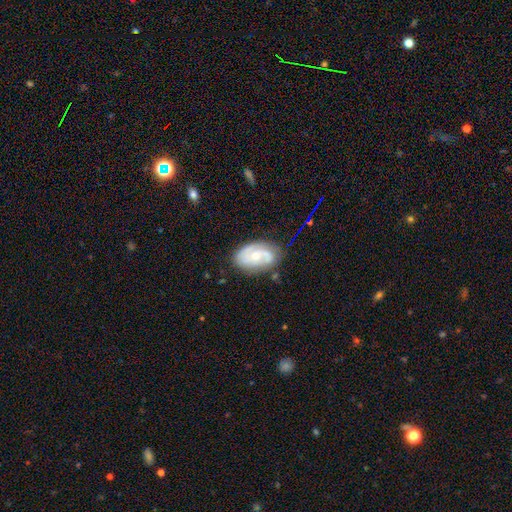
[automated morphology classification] type=featured or disk (73%); edge-on=no (96%); bar=no (65%); spiral arms=yes (89%); winding=medium (41%); arm count=2 (63%); bulge=small (51%); merging=none (69%).